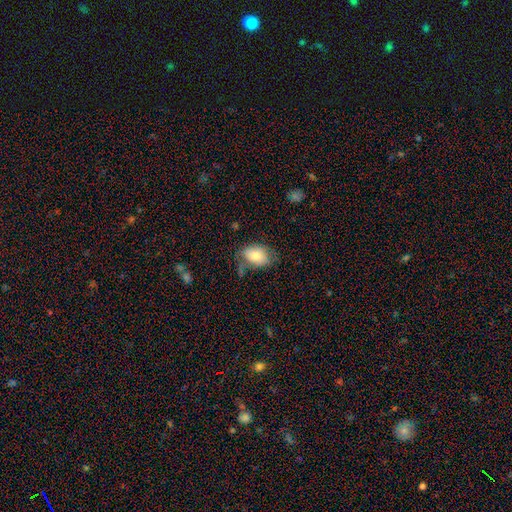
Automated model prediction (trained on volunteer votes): This is clearly a smooth galaxy (80%). How rounded: clearly in between (85%). Merging: possibly none (54%).